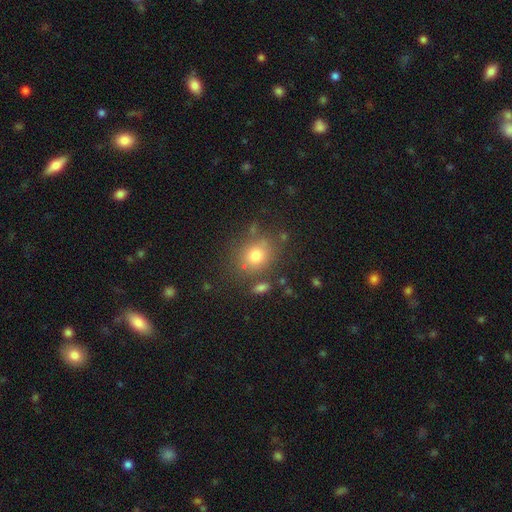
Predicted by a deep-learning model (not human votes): Q: Smooth or featured?
A: smooth (77%); runner-up: star or artifact (12%)
Q: How rounded?
A: round (65%); runner-up: in between (33%)
Q: Merging?
A: none (73%); runner-up: minor disturbance (14%)